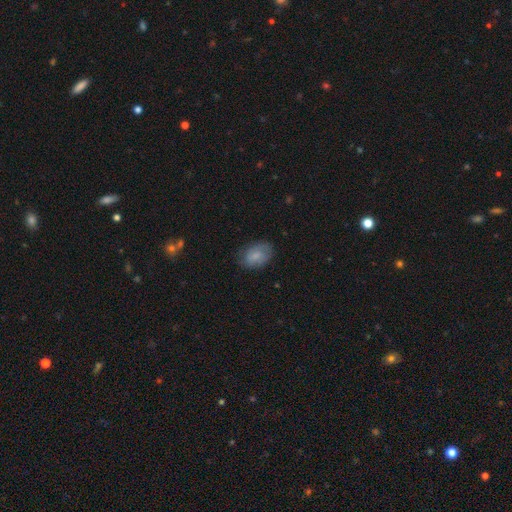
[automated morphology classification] Q: Smooth or featured?
A: smooth (74%); runner-up: featured or disk (18%)
Q: How rounded?
A: in between (82%); runner-up: round (17%)
Q: Merging?
A: none (72%); runner-up: minor disturbance (21%)